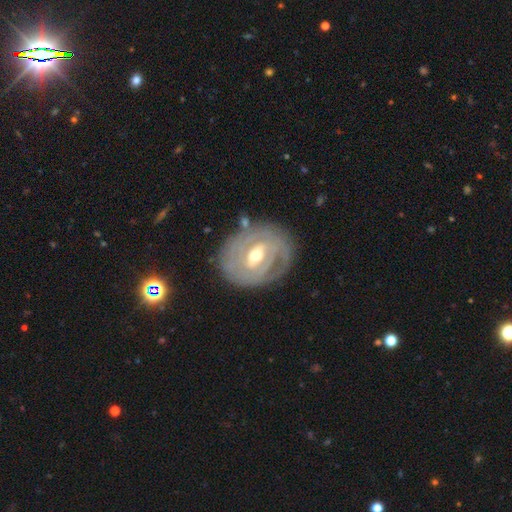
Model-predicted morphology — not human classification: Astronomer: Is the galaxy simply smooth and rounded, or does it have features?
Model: featured or disk — 83%.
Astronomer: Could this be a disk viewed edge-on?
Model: no — 95%.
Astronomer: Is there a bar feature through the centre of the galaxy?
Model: weak — 47% (runner-up: strong, 34%).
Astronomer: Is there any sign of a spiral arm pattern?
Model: yes — 82%.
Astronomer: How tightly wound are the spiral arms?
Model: tight — 79%.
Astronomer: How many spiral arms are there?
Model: can't tell — 41% (runner-up: 2, 31%).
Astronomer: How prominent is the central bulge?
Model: moderate — 66%.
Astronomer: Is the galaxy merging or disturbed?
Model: none — 78%.